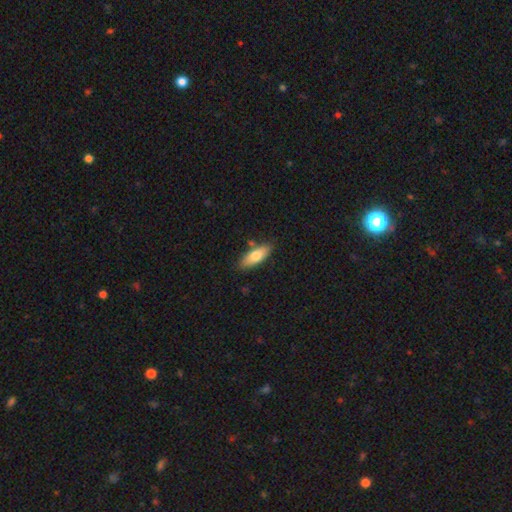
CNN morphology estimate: Smooth or featured: smooth — 74% (featured or disk — 20%)
How rounded: in between — 68% (cigar-shaped — 30%)
Merging: none — 80% (minor disturbance — 13%)